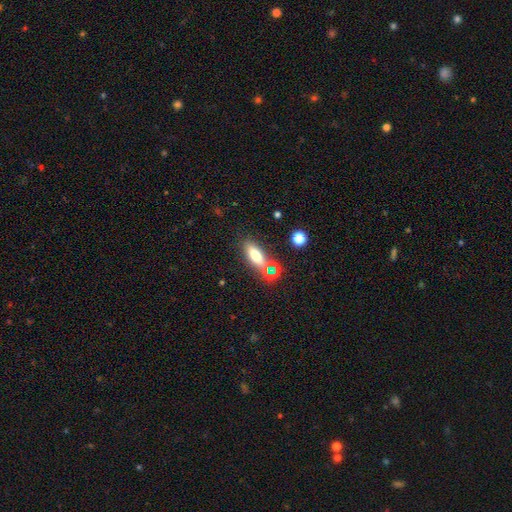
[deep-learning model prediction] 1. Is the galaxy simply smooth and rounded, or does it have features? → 68% smooth, 18% featured or disk, 14% star or artifact.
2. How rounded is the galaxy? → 65% in between, 28% cigar-shaped, 6% round.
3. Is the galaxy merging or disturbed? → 69% none, 14% minor disturbance, 12% merger, 5% major disturbance.